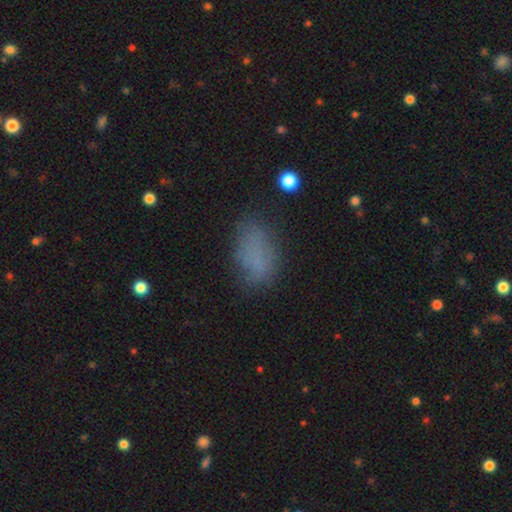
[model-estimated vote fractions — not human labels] smooth-or-featured: smooth: 75% | star or artifact: 14% | featured or disk: 11%
  how-rounded: in between: 89% | round: 8% | cigar-shaped: 3%
  merging: none: 68% | minor disturbance: 21% | major disturbance: 9% | merger: 2%